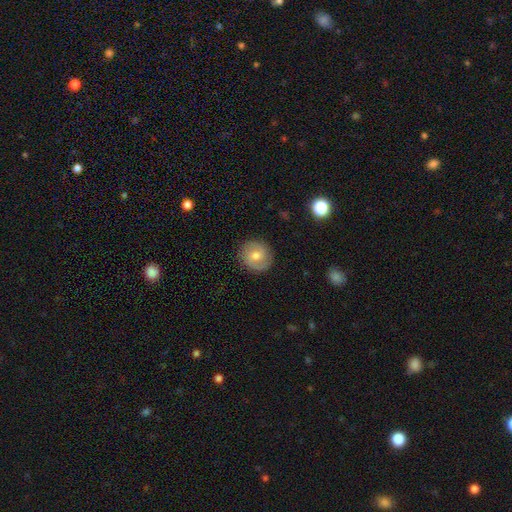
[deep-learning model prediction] This appears to be a featured or disk galaxy (55%) with no bar (51%), spiral arms (84%) and a moderate central bulge (67%). Merging: none (87%).